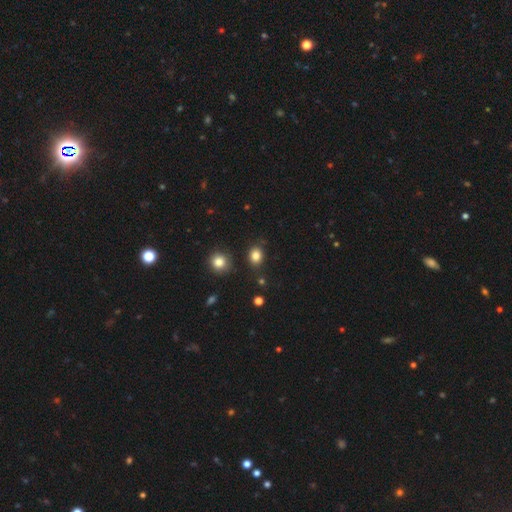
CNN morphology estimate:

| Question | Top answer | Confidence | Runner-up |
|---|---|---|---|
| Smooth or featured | smooth | 83% | star or artifact (12%) |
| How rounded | in between | 50% | round (49%) |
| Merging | none | 82% | minor disturbance (12%) |